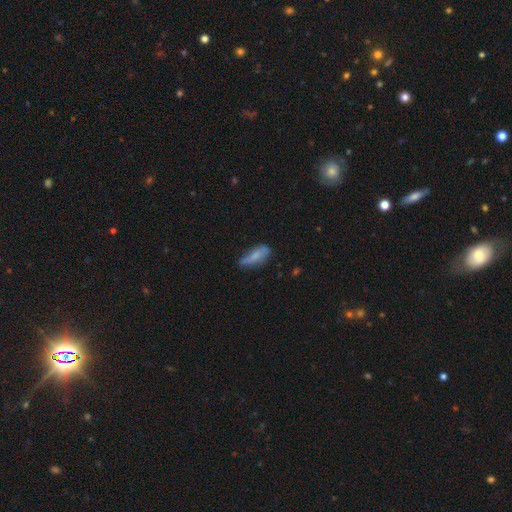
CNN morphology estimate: Smooth or featured: smooth — 66% (featured or disk — 27%)
How rounded: in between — 65% (cigar-shaped — 32%)
Merging: none — 49% (minor disturbance — 36%)